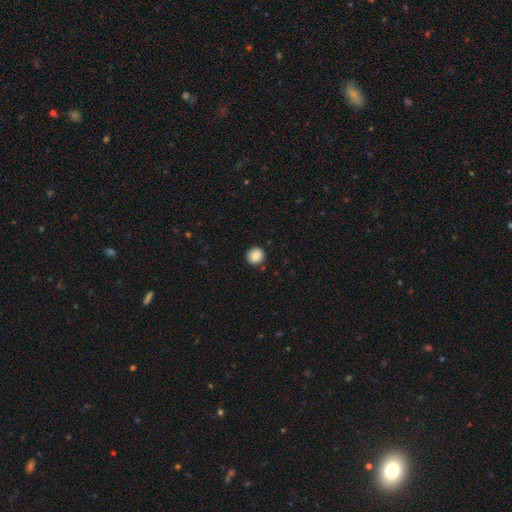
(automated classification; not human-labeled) The model was most divided on "how rounded": round: 88%, in between: 11%, cigar-shaped: 1%. More confident: merging — none (89%); smooth or featured — smooth (87%).